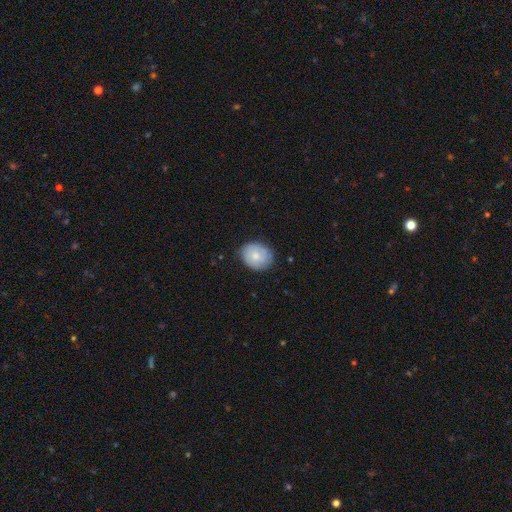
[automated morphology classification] Smooth or featured: smooth — 67% (featured or disk — 27%)
How rounded: round — 58% (in between — 41%)
Merging: none — 79% (minor disturbance — 17%)